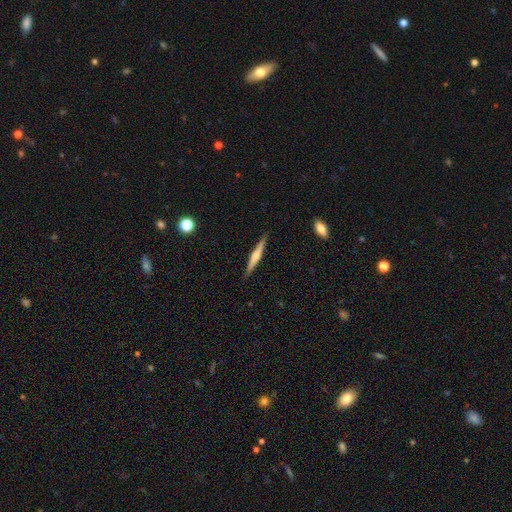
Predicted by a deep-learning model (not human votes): Overall: featured or disk (57%; smooth 37%). Edge-on disk: yes (97%). Edge-on bulge: rounded (75%). Merging: none (90%).